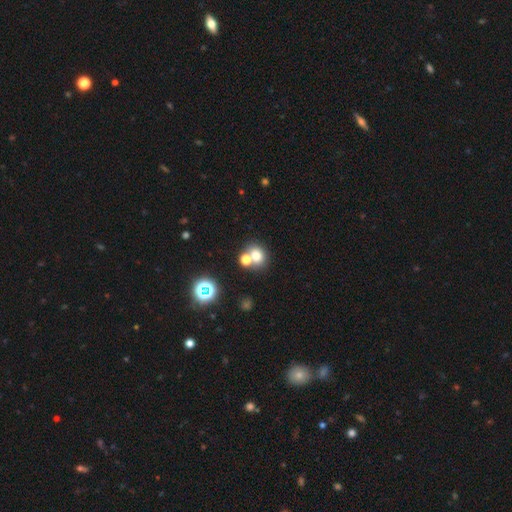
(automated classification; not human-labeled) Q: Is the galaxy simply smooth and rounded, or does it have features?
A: smooth — 73%.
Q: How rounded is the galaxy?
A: round — 67%.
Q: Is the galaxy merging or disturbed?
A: none — 52%.